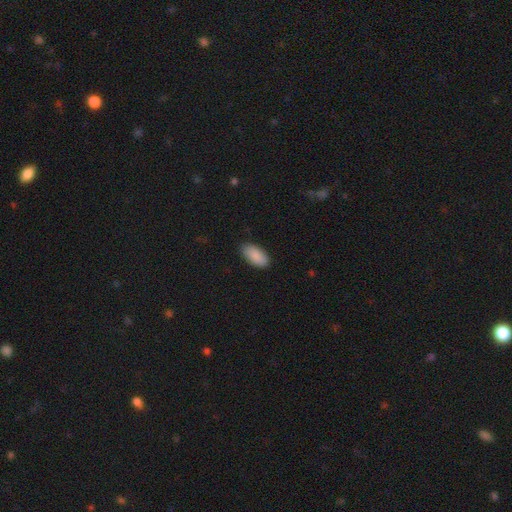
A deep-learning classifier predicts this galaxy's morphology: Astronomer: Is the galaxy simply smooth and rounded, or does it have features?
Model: smooth — 89%.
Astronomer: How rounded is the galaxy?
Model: in between — 94%.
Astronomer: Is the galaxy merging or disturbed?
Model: none — 86%.